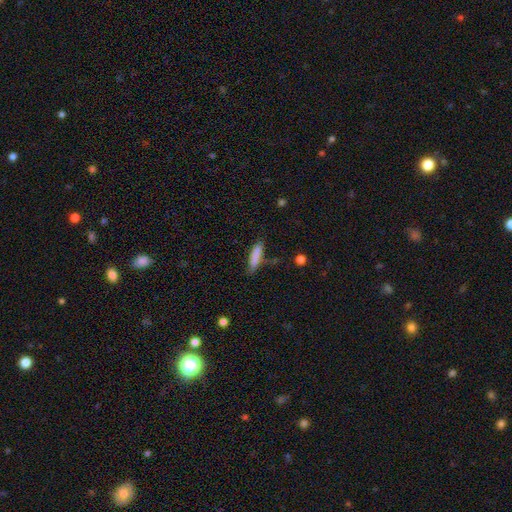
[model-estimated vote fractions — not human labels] This appears to be a smooth galaxy with no disk features (84%) that is cigar-shaped (77%). Merging: none (69%).